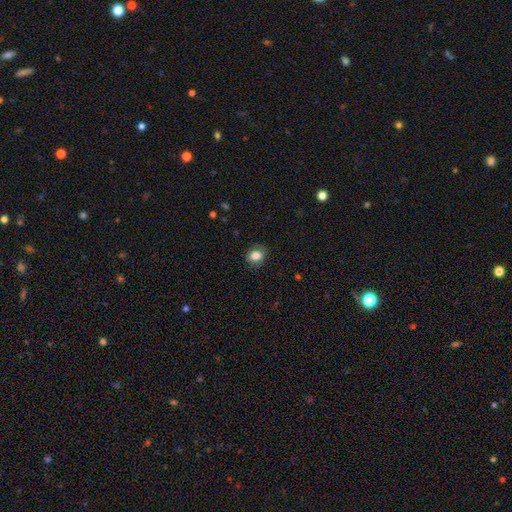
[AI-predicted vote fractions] A smooth galaxy with no disk features (80%) that is in between round and cigar-shaped (50%).

Vote fractions:
- Smooth or featured? smooth: 80% / featured or disk: 11% / star or artifact: 9%
- How rounded? in between: 50% / round: 49% / cigar-shaped: 1%
- Merging? none: 81% / minor disturbance: 14% / major disturbance: 4% / merger: 1%